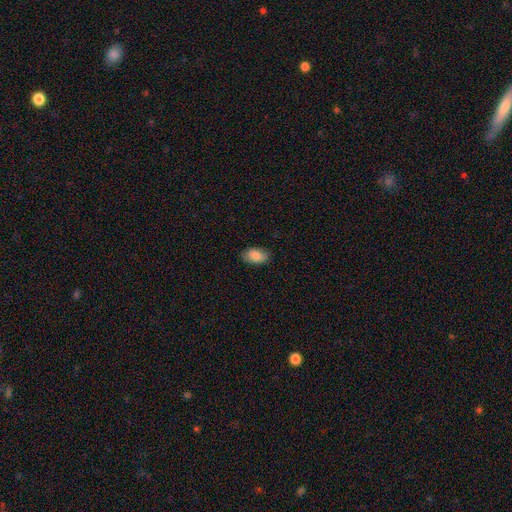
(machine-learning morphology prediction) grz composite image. It shows a smooth galaxy with no disk features (86%) that is in between round and cigar-shaped (92%). Merging: none (85%).